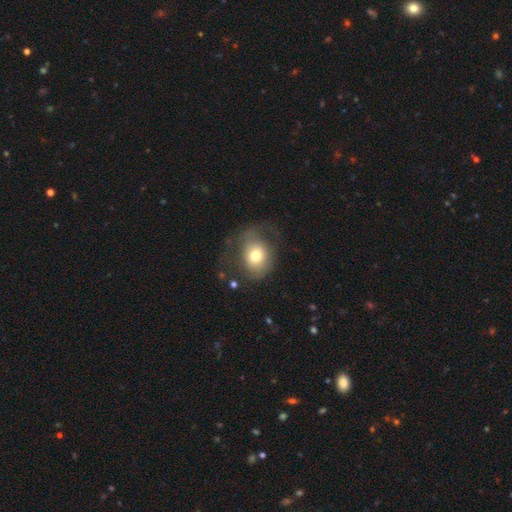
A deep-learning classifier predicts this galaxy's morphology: Overall: smooth (65%; featured or disk 26%). How rounded: in between (50%; round 49%). Merging: none (46%; major disturbance 27%).